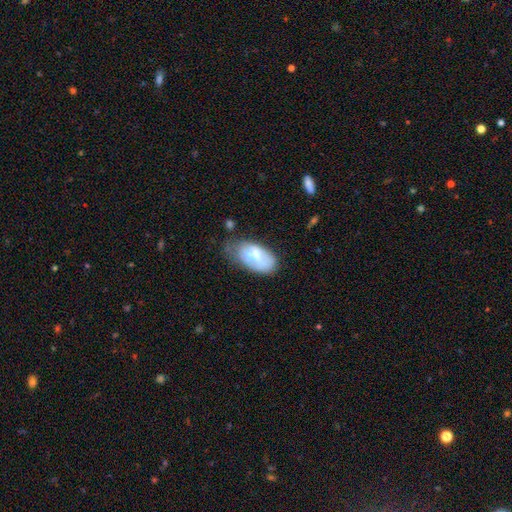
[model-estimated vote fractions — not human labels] Smooth or featured? smooth (53%)
How rounded? in between (93%)
Merging? none (37%)